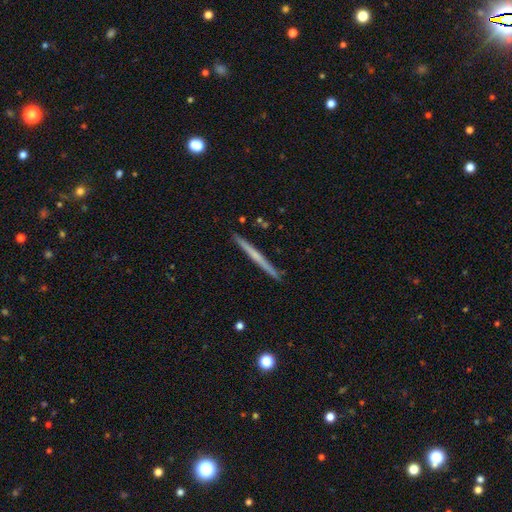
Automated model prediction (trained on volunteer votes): Smooth or featured?
  - featured or disk: 53% *
  - smooth: 42%
  - star or artifact: 5%
Edge-on disk?
  - yes: 98% *
  - no: 2%
Edge-on bulge?
  - none: 78% *
  - rounded: 18%
  - boxy: 4%
Merging?
  - none: 92% *
  - minor disturbance: 5%
  - merger: 1%
  - major disturbance: 1%